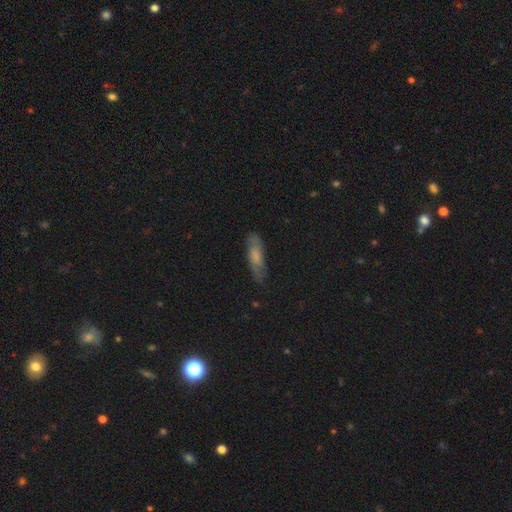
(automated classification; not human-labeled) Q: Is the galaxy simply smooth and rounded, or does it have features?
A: smooth — 60%.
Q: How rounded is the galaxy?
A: cigar-shaped — 60%.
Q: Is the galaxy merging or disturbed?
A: none — 75%.